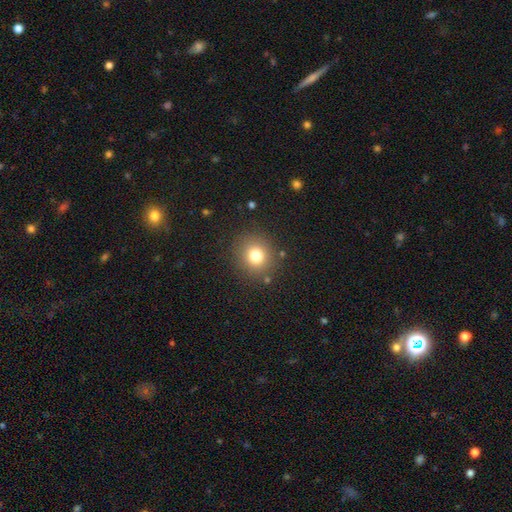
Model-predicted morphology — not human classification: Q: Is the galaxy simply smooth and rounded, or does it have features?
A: smooth — 77%.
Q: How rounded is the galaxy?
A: round — 86%.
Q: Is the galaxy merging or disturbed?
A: none — 87%.